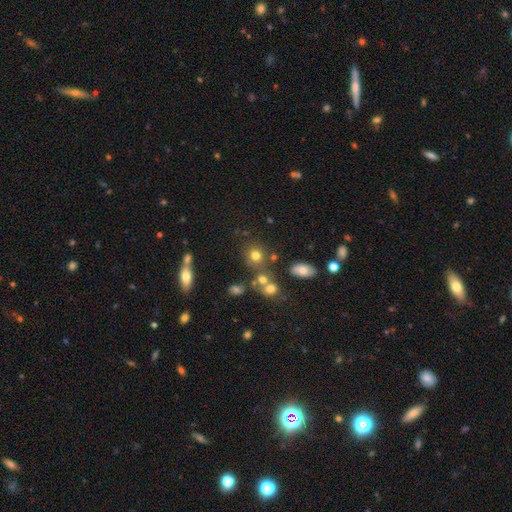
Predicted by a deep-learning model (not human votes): Morphology: type=smooth (73%); roundness=round (76%); merging=none (67%).